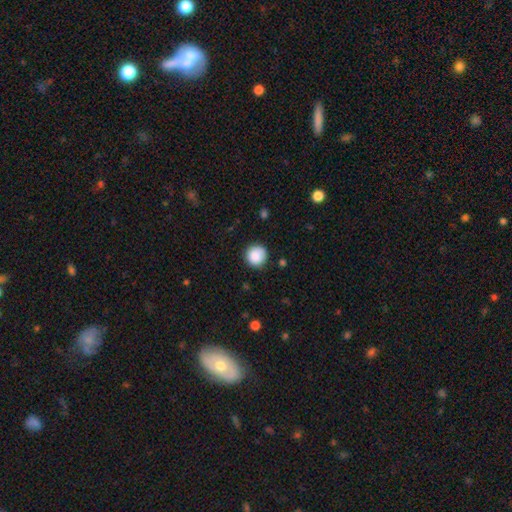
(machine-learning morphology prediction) Q: Smooth or featured?
A: smooth (88%); runner-up: star or artifact (9%)
Q: How rounded?
A: round (95%); runner-up: in between (4%)
Q: Merging?
A: none (88%); runner-up: minor disturbance (9%)